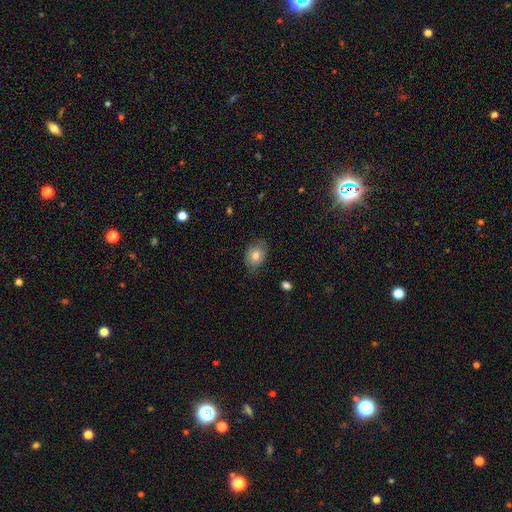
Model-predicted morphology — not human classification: This appears to be a smooth galaxy with no disk features (76%) that is in between round and cigar-shaped (74%). Merging: none (70%).